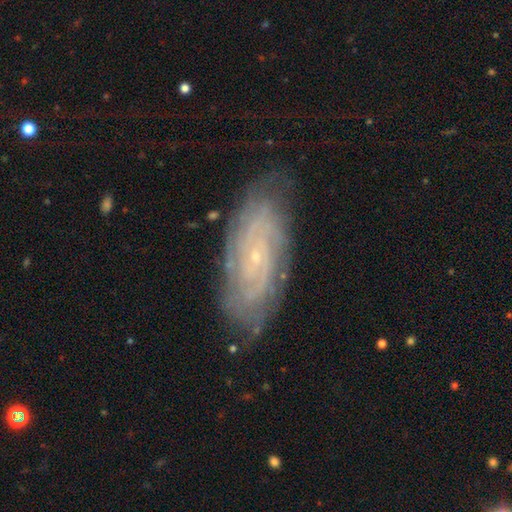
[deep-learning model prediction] Smooth or featured?
  - featured or disk: 82% *
  - smooth: 11%
  - star or artifact: 7%
Edge-on disk?
  - no: 93% *
  - yes: 7%
Bar?
  - no: 73% *
  - weak: 21%
  - strong: 5%
Spiral arms?
  - yes: 95% *
  - no: 5%
Spiral winding?
  - tight: 74% *
  - medium: 21%
  - loose: 5%
Spiral arm count?
  - can't tell: 39% *
  - 2: 21%
  - 3: 12%
  - 4: 12%
  - more than 4: 8%
  - 1: 6%
Bulge size?
  - small: 88% *
  - moderate: 7%
  - none: 3%
  - large: 1%
  - dominant: 1%
Merging?
  - none: 81% *
  - minor disturbance: 14%
  - major disturbance: 3%
  - merger: 1%